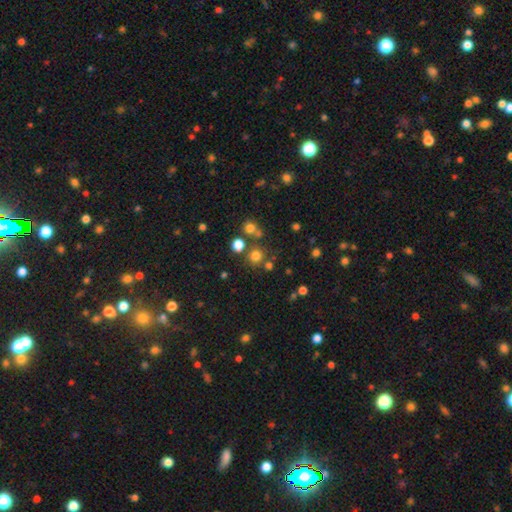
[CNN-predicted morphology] A smooth galaxy with no disk features (74%) that is round (92%). Merging: none (74%).